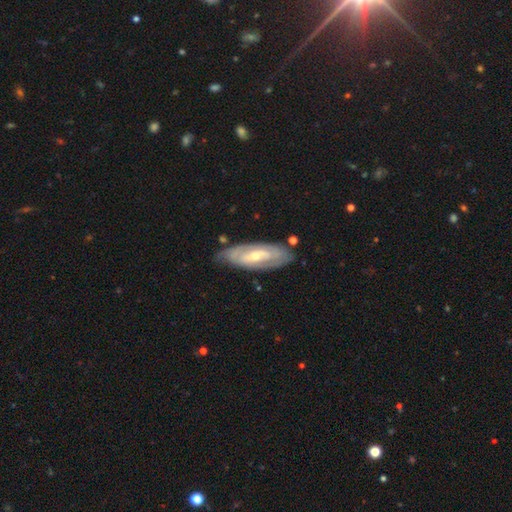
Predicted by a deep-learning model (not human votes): This appears to be a featured or disk galaxy (74%) with no bar (40%), spiral arms (70%) and a small central bulge (58%). Merging: none (78%).